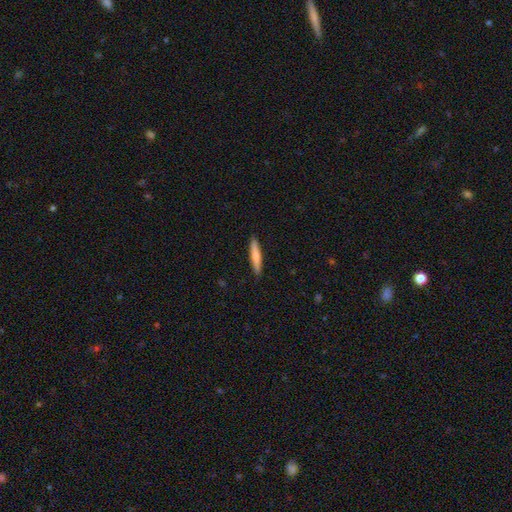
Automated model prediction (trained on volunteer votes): A smooth galaxy with no disk features (72%) that is cigar-shaped (92%).

Vote fractions:
- Smooth or featured? smooth: 72% / featured or disk: 23% / star or artifact: 5%
- How rounded? cigar-shaped: 92% / in between: 6% / round: 1%
- Merging? none: 91% / minor disturbance: 7% / major disturbance: 1% / merger: 1%